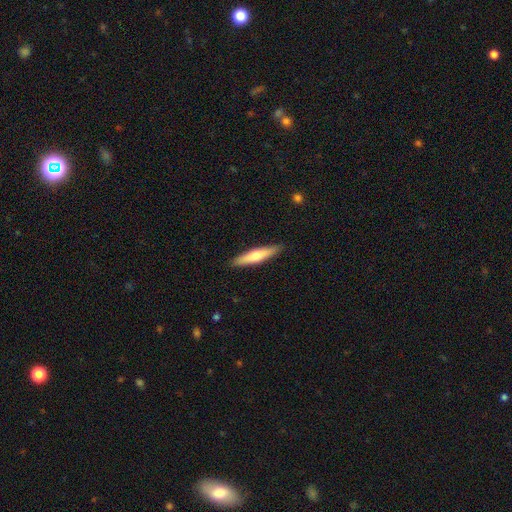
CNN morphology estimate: smooth 57%, featured or disk 38%, star or artifact 5%. Down the decision tree: how rounded — cigar-shaped (84%); merging — none (90%).